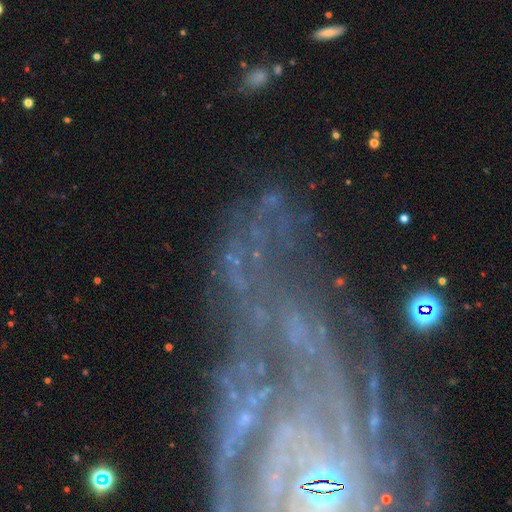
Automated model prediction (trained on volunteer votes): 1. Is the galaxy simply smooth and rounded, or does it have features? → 77% featured or disk, 14% star or artifact, 9% smooth.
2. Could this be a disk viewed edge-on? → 93% no, 7% yes.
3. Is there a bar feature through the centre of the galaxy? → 53% no, 27% weak, 20% strong.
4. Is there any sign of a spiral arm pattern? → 89% yes, 11% no.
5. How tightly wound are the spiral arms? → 63% tight, 26% medium, 10% loose.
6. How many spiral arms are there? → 27% can't tell, 20% 2, 16% 3, 13% 4, 12% more than 4, 12% 1.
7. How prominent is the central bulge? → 58% small, 23% moderate, 12% none, 4% large, 3% dominant.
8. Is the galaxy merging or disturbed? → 61% none, 17% minor disturbance, 16% major disturbance, 6% merger.